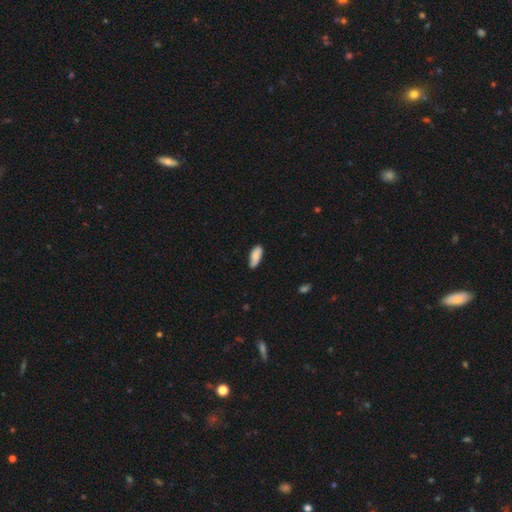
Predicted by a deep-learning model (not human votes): Smooth or featured? Predicted: smooth (p=0.83). How rounded? Predicted: in between (p=0.78). Merging? Predicted: none (p=0.77).